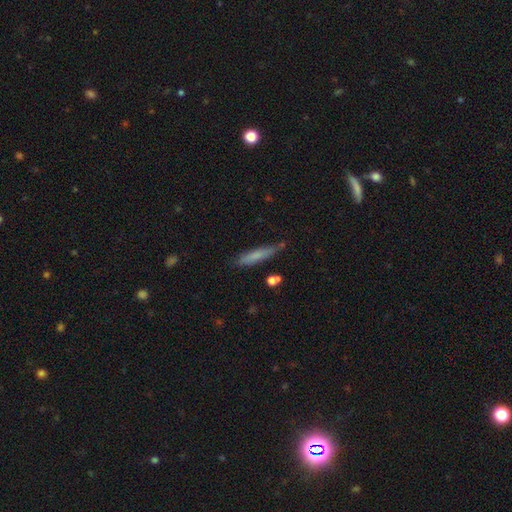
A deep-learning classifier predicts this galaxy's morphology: smooth_or_featured: smooth (p=0.74) [alt: featured or disk p=0.19]
how_rounded: cigar-shaped (p=0.88) [alt: in between p=0.11]
merging: none (p=0.77) [alt: minor disturbance p=0.16]